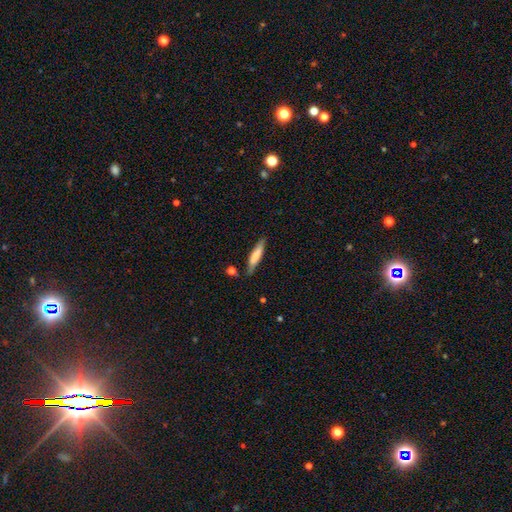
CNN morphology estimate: Smooth or featured?
  - smooth: 72% *
  - featured or disk: 23%
  - star or artifact: 6%
How rounded?
  - cigar-shaped: 86% *
  - in between: 12%
  - round: 1%
Merging?
  - none: 80% *
  - minor disturbance: 14%
  - merger: 3%
  - major disturbance: 3%